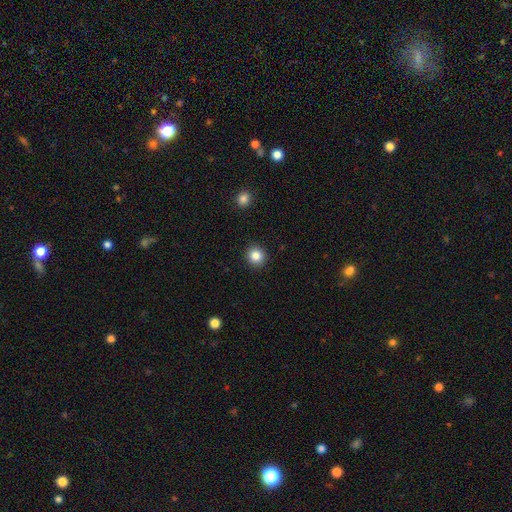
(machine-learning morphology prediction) smooth-or-featured: smooth: 84% | star or artifact: 11% | featured or disk: 5%
  how-rounded: round: 90% | in between: 9% | cigar-shaped: 1%
  merging: none: 92% | minor disturbance: 5% | major disturbance: 2% | merger: 1%